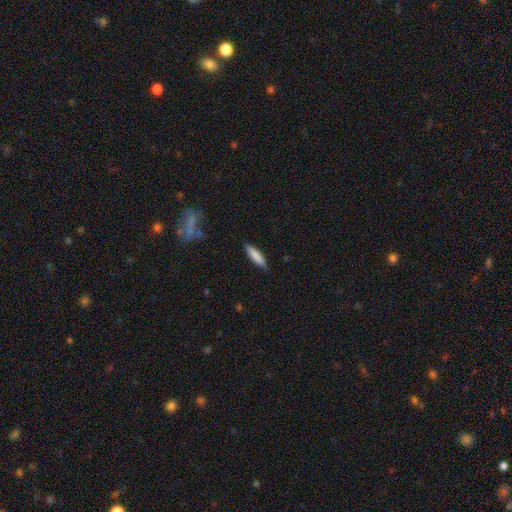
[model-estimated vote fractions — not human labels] A smooth galaxy with no disk features (83%) that is cigar-shaped (76%). Merging: none (88%).